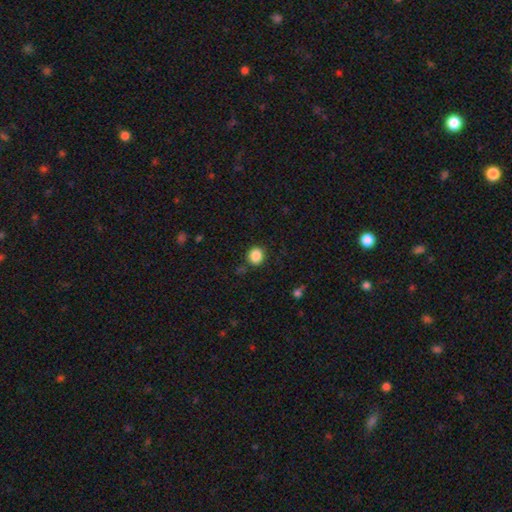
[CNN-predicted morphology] Q: Smooth or featured?
A: smooth (87%); runner-up: star or artifact (10%)
Q: How rounded?
A: round (81%); runner-up: in between (18%)
Q: Merging?
A: none (85%); runner-up: minor disturbance (9%)